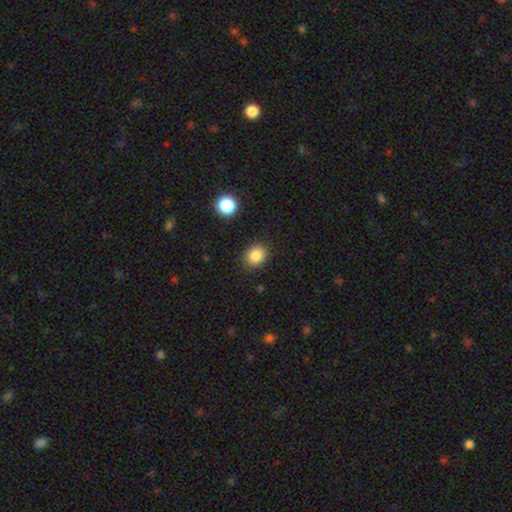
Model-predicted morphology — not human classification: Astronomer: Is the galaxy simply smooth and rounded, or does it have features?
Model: smooth — 84%.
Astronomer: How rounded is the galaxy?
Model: round — 51% (runner-up: in between, 48%).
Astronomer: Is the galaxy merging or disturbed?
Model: none — 86%.